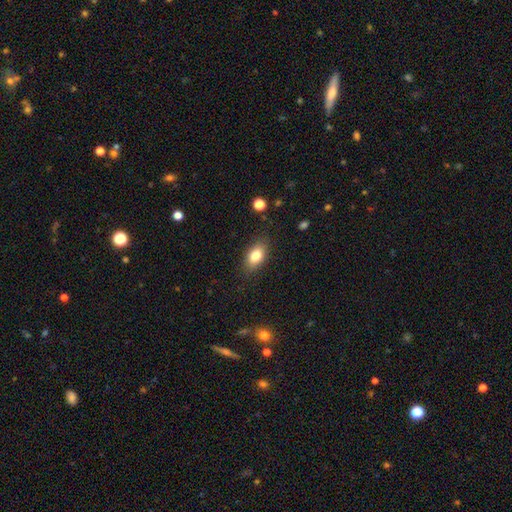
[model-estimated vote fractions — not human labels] Q: Smooth or featured?
A: smooth (81%); runner-up: featured or disk (11%)
Q: How rounded?
A: in between (86%); runner-up: round (11%)
Q: Merging?
A: none (84%); runner-up: minor disturbance (12%)